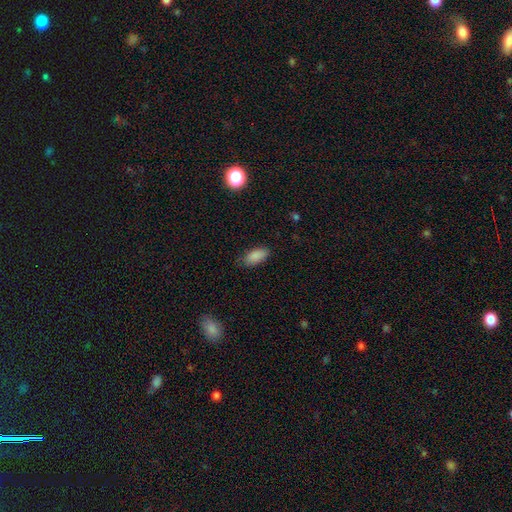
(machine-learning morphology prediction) A smooth galaxy with no disk features (87%) that is in between round and cigar-shaped (90%). Merging: none (77%).